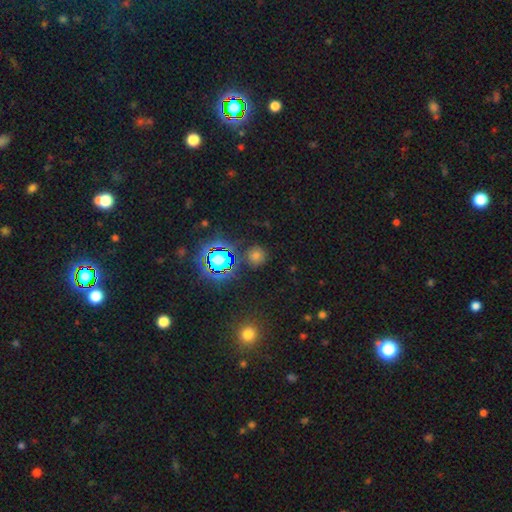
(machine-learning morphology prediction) smooth-or-featured: smooth: 59% | star or artifact: 35% | featured or disk: 7%
  how-rounded: round: 91% | in between: 8% | cigar-shaped: 1%
  merging: none: 85% | minor disturbance: 8% | merger: 4% | major disturbance: 3%